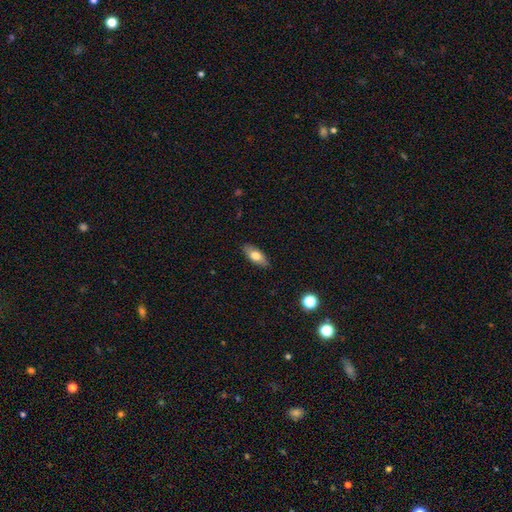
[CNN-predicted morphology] Smooth or featured? Predicted: smooth (p=0.73). How rounded? Predicted: in between (p=0.84). Merging? Predicted: none (p=0.87).